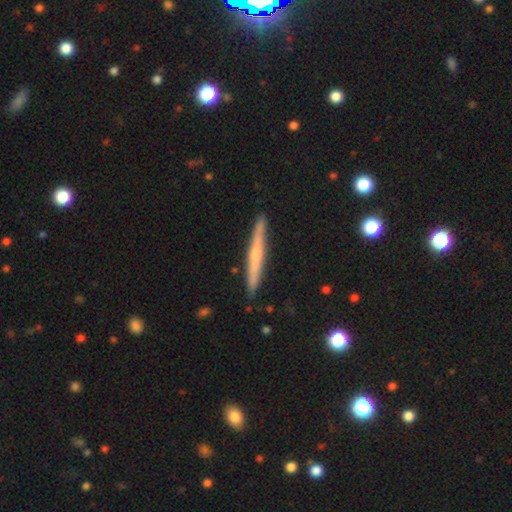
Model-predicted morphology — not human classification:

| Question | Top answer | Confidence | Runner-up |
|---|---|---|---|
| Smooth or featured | featured or disk | 57% | smooth (37%) |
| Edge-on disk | yes | 97% | no (3%) |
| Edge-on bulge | rounded | 45% | tied: none (45%) |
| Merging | none | 90% | minor disturbance (7%) |